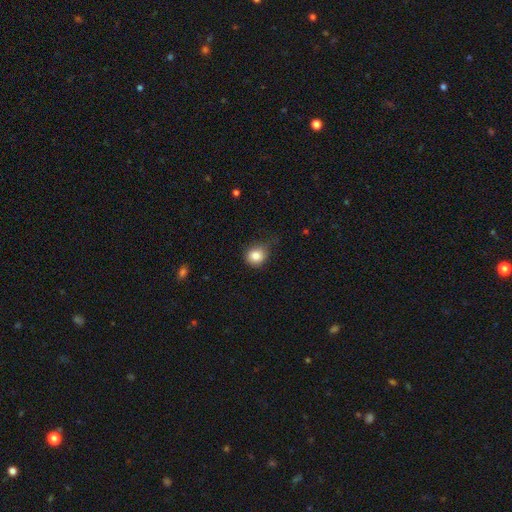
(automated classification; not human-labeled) smooth_or_featured: smooth (p=0.82) [alt: star or artifact p=0.11]
how_rounded: round (p=0.84) [alt: in between p=0.15]
merging: none (p=0.61) [alt: minor disturbance p=0.30]